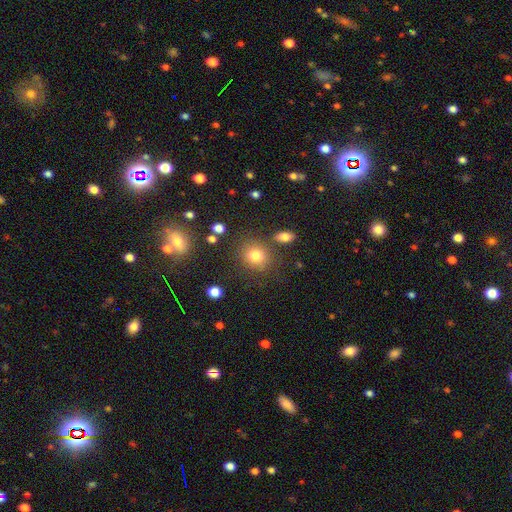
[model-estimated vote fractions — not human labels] A smooth galaxy with no disk features (79%) that is round (70%).

Vote fractions:
- Smooth or featured? smooth: 79% / star or artifact: 13% / featured or disk: 8%
- How rounded? round: 70% / in between: 29% / cigar-shaped: 1%
- Merging? none: 76% / minor disturbance: 12% / merger: 7% / major disturbance: 5%